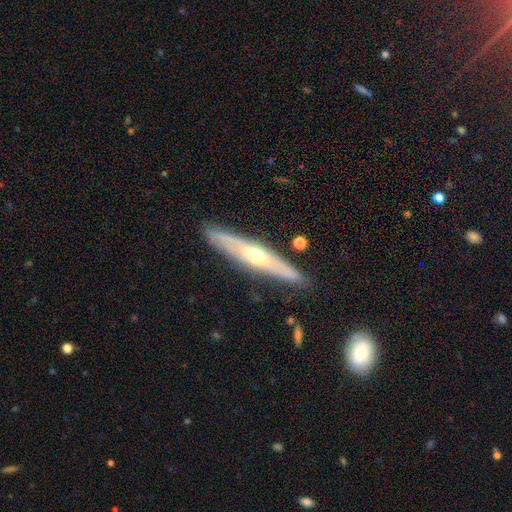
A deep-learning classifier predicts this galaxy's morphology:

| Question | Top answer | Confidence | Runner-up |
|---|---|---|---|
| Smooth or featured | featured or disk | 66% | smooth (28%) |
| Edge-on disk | yes | 78% | no (22%) |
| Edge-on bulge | rounded | 82% | none (15%) |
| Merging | none | 85% | minor disturbance (11%) |